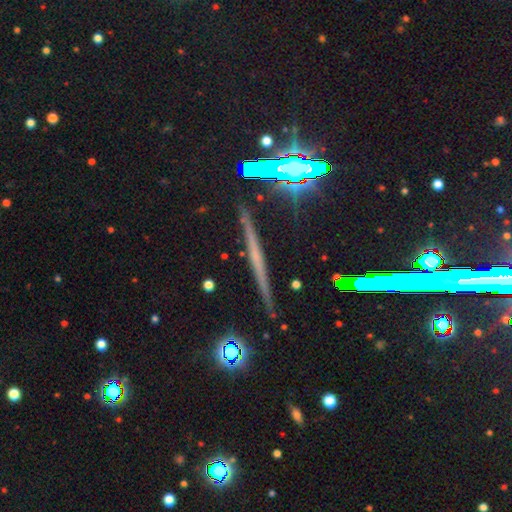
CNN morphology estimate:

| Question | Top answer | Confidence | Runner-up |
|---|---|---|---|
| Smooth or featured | featured or disk | 64% | smooth (19%) |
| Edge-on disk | yes | 97% | no (3%) |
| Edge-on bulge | none | 69% | rounded (21%) |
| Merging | none | 88% | minor disturbance (8%) |